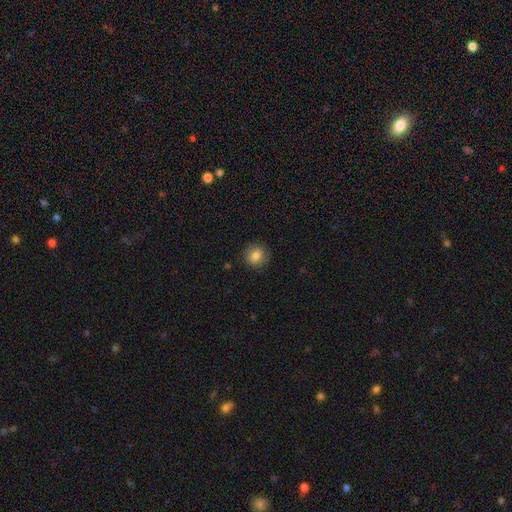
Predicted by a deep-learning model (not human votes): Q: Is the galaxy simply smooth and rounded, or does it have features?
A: smooth — 82%.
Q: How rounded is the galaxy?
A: round — 88%.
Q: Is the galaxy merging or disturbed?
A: none — 89%.